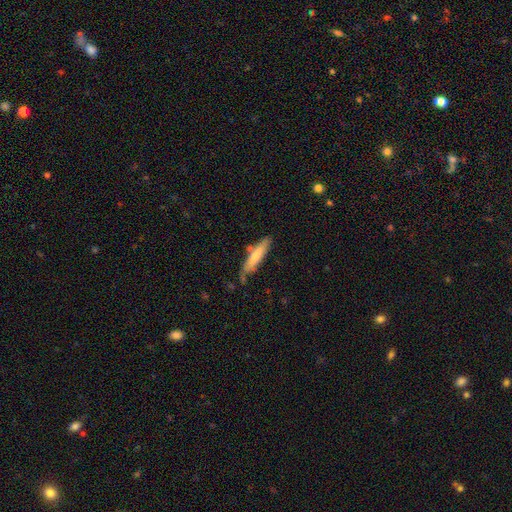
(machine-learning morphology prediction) A smooth galaxy with no disk features (72%) that is cigar-shaped (81%). Merging: none (71%).